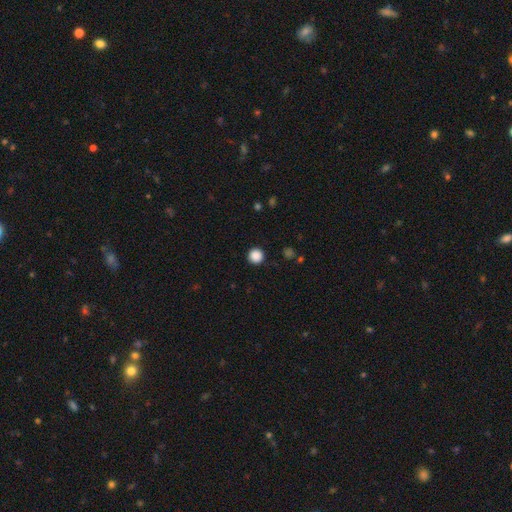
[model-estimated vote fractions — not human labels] Morphology: type=smooth (87%); roundness=round (96%); merging=none (92%).